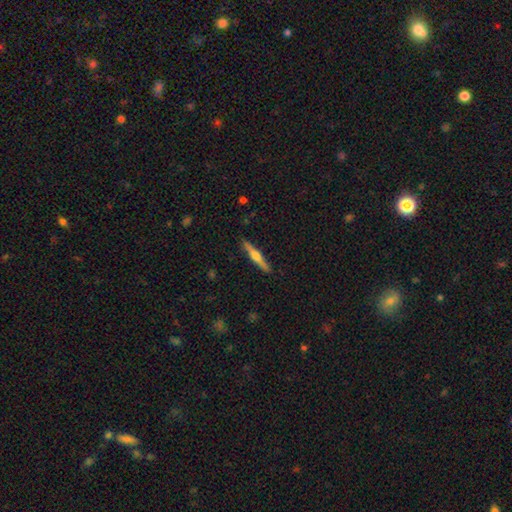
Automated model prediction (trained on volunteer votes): This is likely a featured or disk galaxy (67%). It is clearly viewed edge-on (98%). Edge-on bulge: clearly rounded (92%). Merging: clearly none (91%).